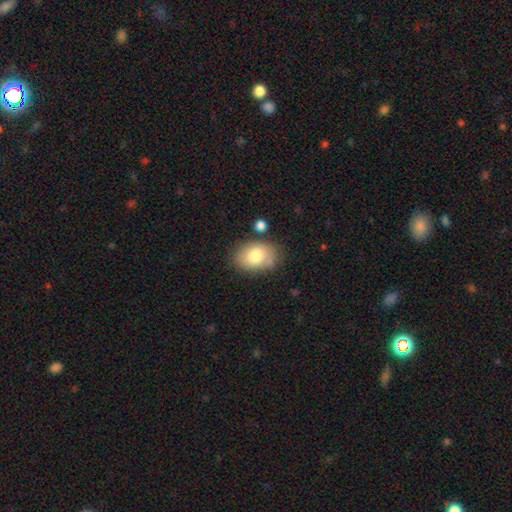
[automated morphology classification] Smooth or featured? Predicted: smooth (p=0.78). How rounded? Predicted: in between (p=0.82). Merging? Predicted: none (p=0.70).